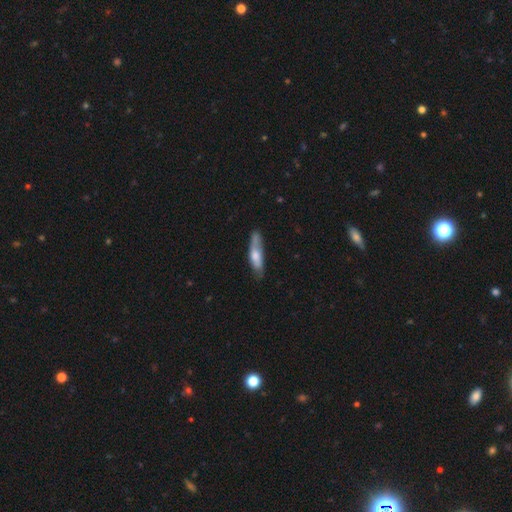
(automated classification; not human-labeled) A smooth galaxy with no disk features (61%) that is cigar-shaped (69%). Merging: none (63%).